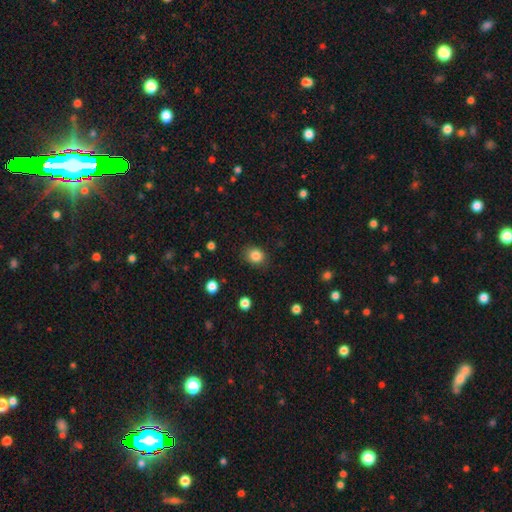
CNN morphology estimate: Smooth or featured?
  - smooth: 85% *
  - star or artifact: 11%
  - featured or disk: 5%
How rounded?
  - round: 65% *
  - in between: 34%
  - cigar-shaped: 1%
Merging?
  - none: 85% *
  - minor disturbance: 11%
  - major disturbance: 3%
  - merger: 1%